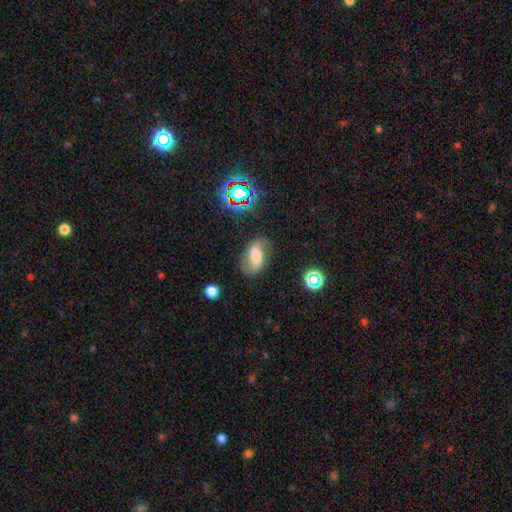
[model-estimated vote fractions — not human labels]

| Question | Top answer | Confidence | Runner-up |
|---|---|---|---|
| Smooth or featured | featured or disk | 53% | smooth (34%) |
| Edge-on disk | no | 94% | yes (6%) |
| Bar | weak | 39% | no (34%) |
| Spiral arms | yes | 86% | no (14%) |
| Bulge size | moderate | 34% | large (26%) |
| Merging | none | 70% | minor disturbance (19%) |